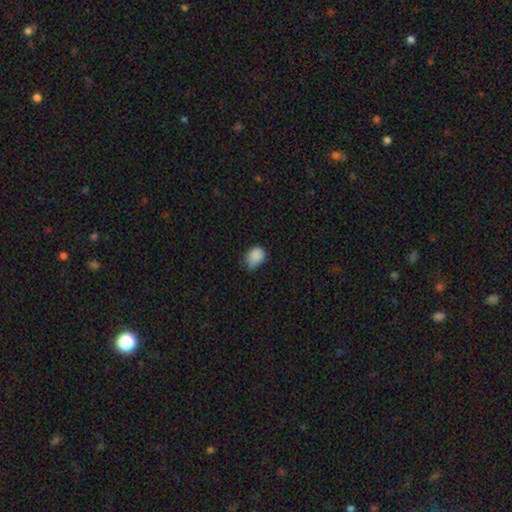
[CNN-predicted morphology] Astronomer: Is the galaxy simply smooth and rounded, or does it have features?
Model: smooth — 86%.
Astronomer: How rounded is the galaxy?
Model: in between — 60% (runner-up: round, 39%).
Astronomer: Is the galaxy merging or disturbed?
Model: minor disturbance — 48% (runner-up: none, 40%).